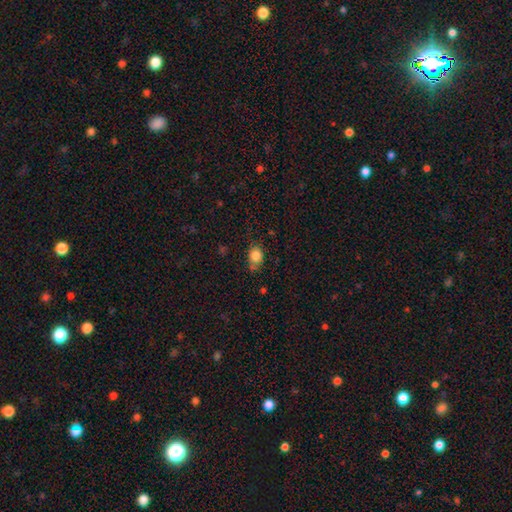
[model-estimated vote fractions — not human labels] Morphology: type=smooth (84%); roundness=in between (50%); merging=none (67%).